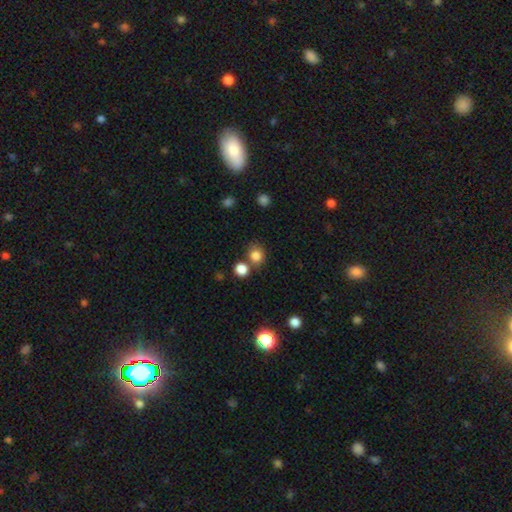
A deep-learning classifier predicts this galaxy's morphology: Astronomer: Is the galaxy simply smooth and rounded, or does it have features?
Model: smooth — 82%.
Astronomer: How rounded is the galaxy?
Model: round — 77%.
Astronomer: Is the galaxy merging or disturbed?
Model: none — 65%.